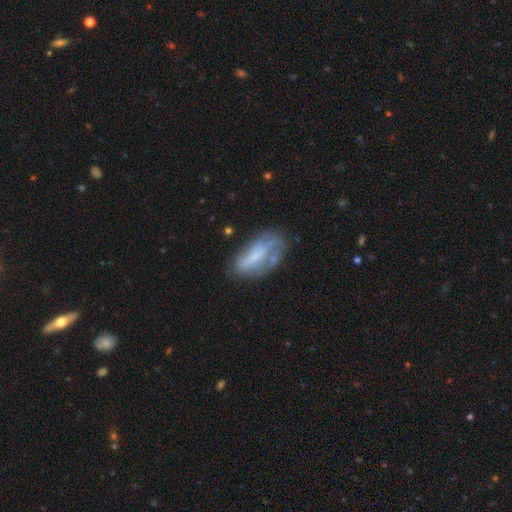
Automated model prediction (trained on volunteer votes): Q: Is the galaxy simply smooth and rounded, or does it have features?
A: smooth — 46%.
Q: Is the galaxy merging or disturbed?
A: none — 49%.